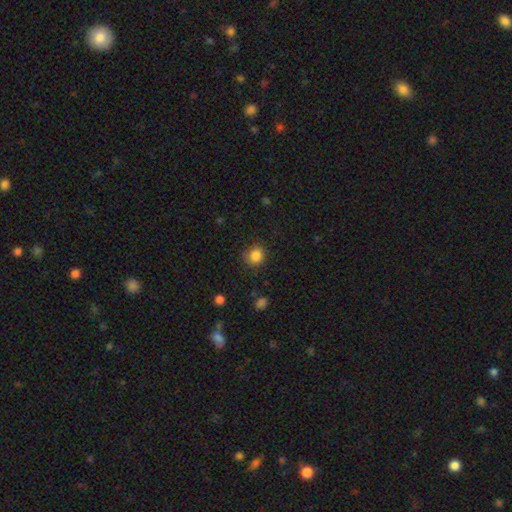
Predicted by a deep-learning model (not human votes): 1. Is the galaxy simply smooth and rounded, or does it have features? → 85% smooth, 11% star or artifact, 4% featured or disk.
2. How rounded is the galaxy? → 85% round, 14% in between, 1% cigar-shaped.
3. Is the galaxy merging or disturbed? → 81% none, 14% minor disturbance, 4% major disturbance, 2% merger.